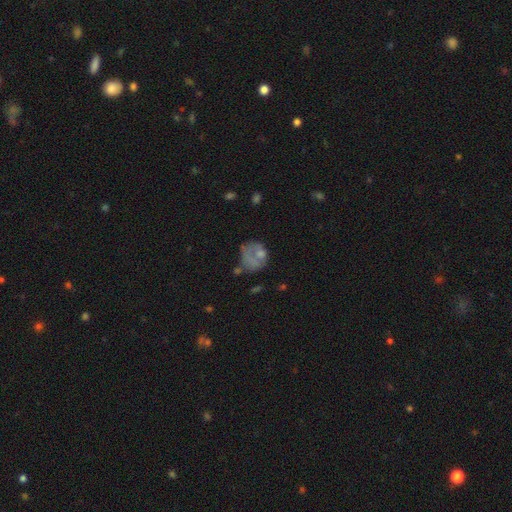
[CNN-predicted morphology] smooth_or_featured: smooth (p=0.56) [alt: featured or disk p=0.33]
how_rounded: round (p=0.65) [alt: in between p=0.34]
merging: none (p=0.37) [alt: major disturbance p=0.28]